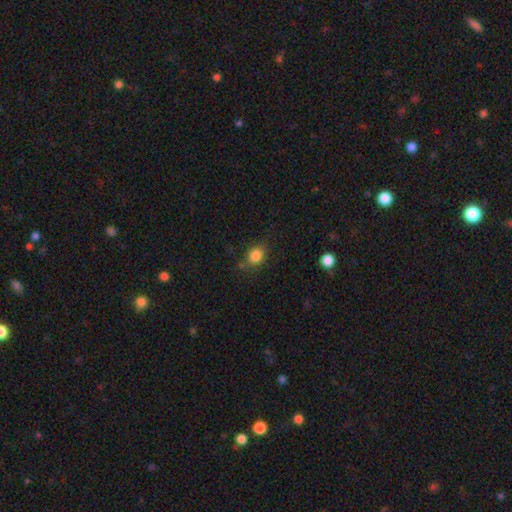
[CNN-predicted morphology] smooth 83%, star or artifact 11%, featured or disk 6%. Down the decision tree: how rounded — round (58%); merging — none (72%).